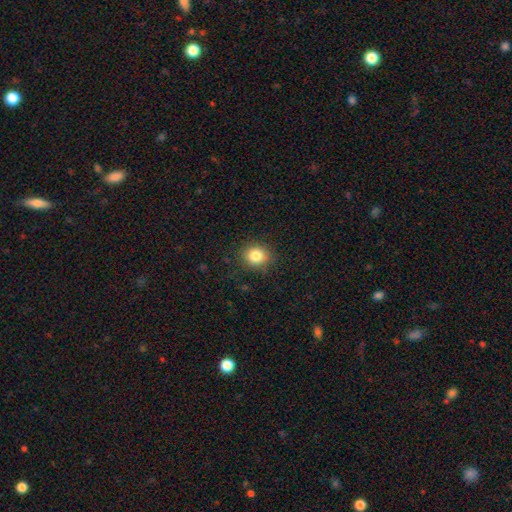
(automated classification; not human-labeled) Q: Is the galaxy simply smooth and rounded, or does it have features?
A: smooth — 83%.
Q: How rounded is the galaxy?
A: round — 76%.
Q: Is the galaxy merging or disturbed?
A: none — 87%.